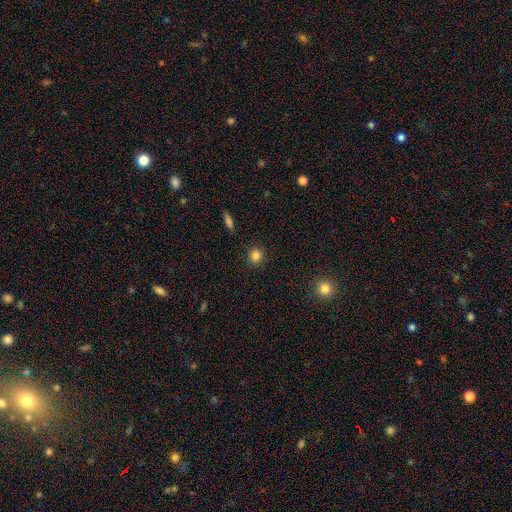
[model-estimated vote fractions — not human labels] smooth-or-featured: smooth: 83% | star or artifact: 12% | featured or disk: 5%
  how-rounded: round: 85% | in between: 14% | cigar-shaped: 1%
  merging: none: 89% | minor disturbance: 7% | major disturbance: 2% | merger: 1%